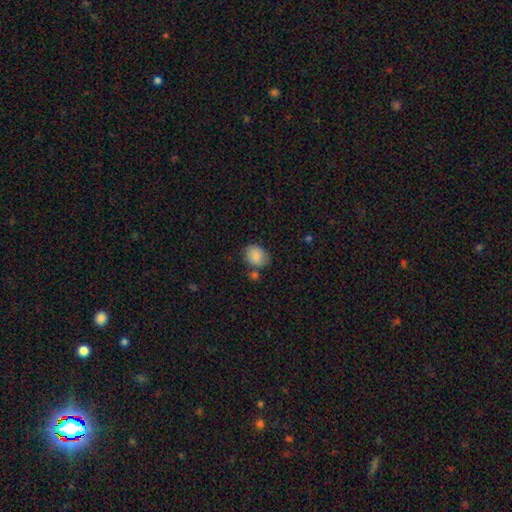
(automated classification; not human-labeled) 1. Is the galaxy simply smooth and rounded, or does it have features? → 85% smooth, 8% star or artifact, 7% featured or disk.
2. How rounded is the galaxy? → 59% in between, 40% round, 1% cigar-shaped.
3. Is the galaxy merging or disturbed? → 63% none, 22% minor disturbance, 10% merger, 5% major disturbance.